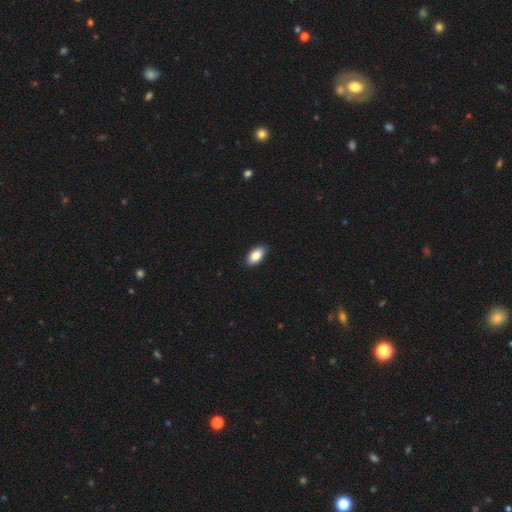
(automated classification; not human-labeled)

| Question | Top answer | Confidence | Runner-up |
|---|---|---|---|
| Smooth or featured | smooth | 87% | star or artifact (7%) |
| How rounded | in between | 92% | cigar-shaped (4%) |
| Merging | none | 89% | minor disturbance (9%) |